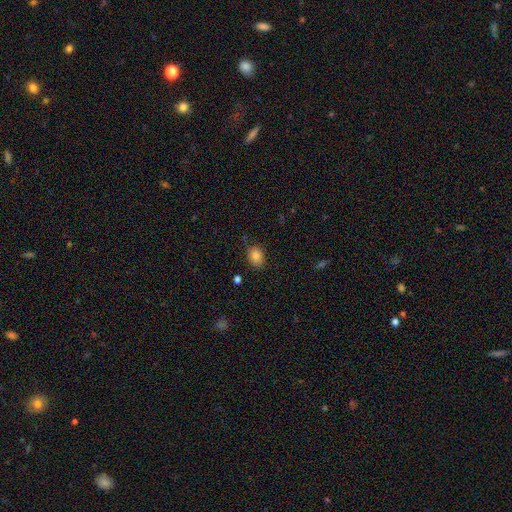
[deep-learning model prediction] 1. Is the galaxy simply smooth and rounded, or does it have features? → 84% smooth, 10% star or artifact, 7% featured or disk.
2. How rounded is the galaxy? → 65% in between, 34% round, 1% cigar-shaped.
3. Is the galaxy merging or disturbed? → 83% none, 13% minor disturbance, 3% major disturbance, 2% merger.